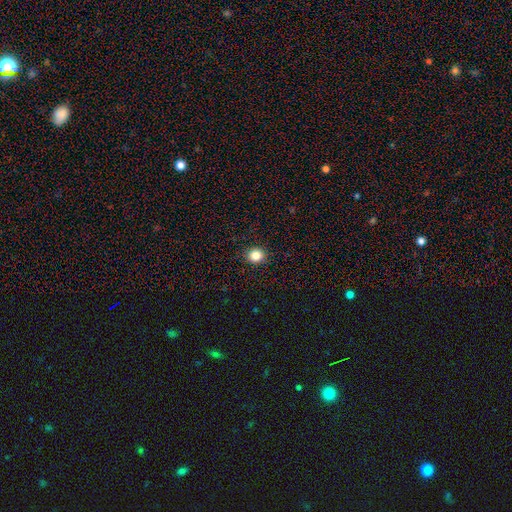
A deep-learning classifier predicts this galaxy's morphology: Smooth or featured? Predicted: smooth (p=0.84). How rounded? Predicted: round (p=0.83). Merging? Predicted: none (p=0.92).